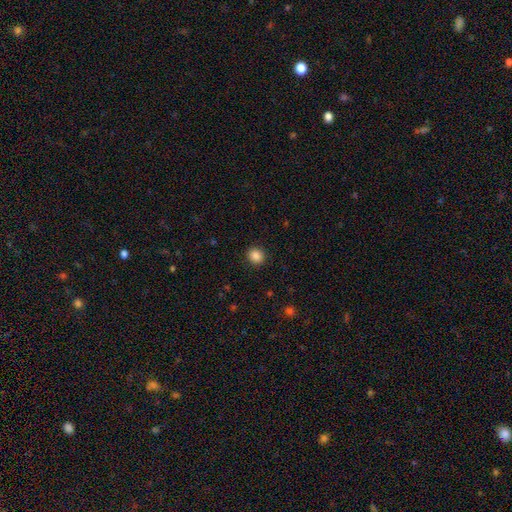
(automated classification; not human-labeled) Morphology: type=smooth (86%); roundness=round (83%); merging=none (92%).